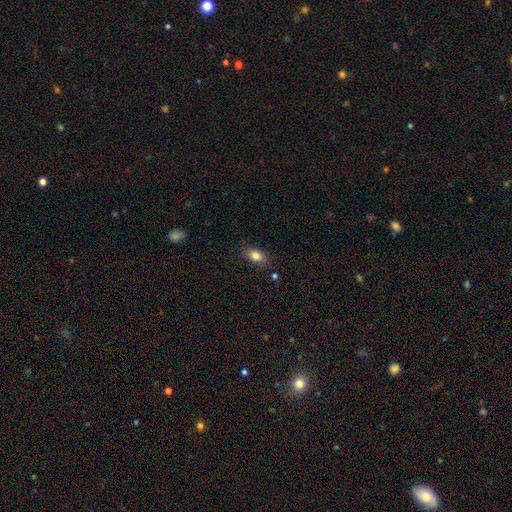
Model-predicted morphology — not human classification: This is clearly a smooth galaxy (82%). How rounded: clearly in between (82%). Merging: clearly none (83%).